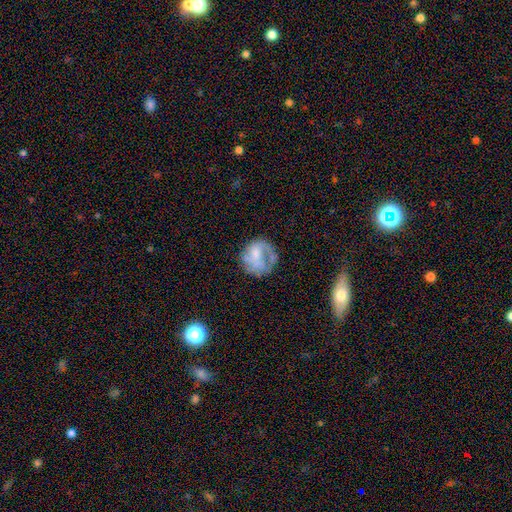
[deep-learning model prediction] smooth_or_featured: featured or disk (p=0.58) [alt: smooth p=0.33]
disk_edge_on: no (p=0.98) [alt: yes p=0.02]
bar: no (p=0.74) [alt: weak p=0.22]
has_spiral_arms: yes (p=0.65) [alt: no p=0.35]
bulge_size: none (p=0.33) [alt: moderate p=0.31]
merging: none (p=0.54) [alt: major disturbance p=0.22]